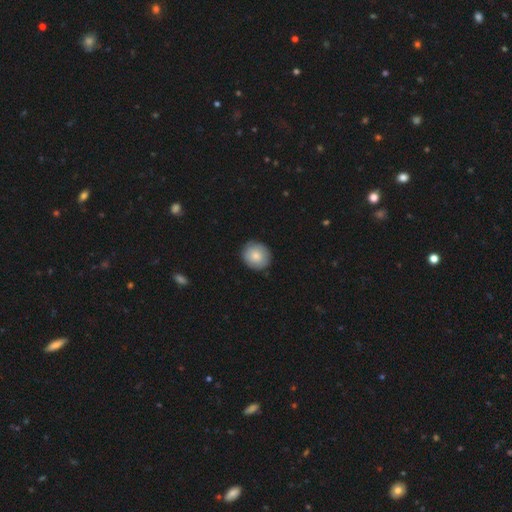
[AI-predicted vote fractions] smooth 81%, featured or disk 12%, star or artifact 6%. Down the decision tree: how rounded — round (83%); merging — none (87%).